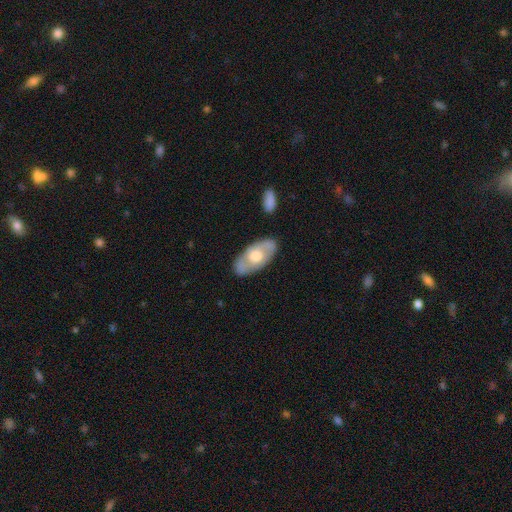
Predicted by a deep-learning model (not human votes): Smooth or featured: featured or disk — 52% (smooth — 44%)
Edge-on disk: no — 81% (yes — 19%)
Merging: none — 78% (minor disturbance — 15%)